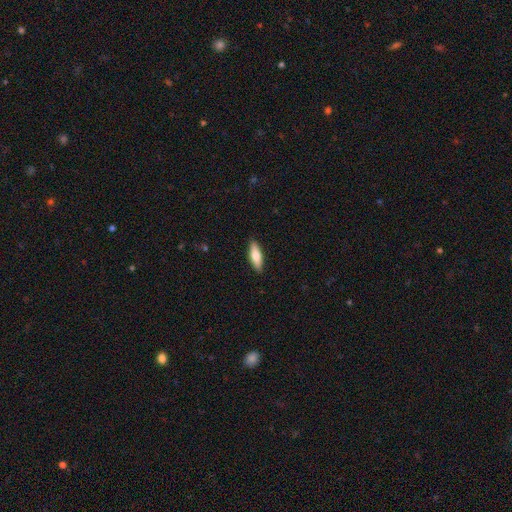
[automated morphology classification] Overall: smooth (70%). How rounded: in between (51%; cigar-shaped 47%). Merging: none (89%).